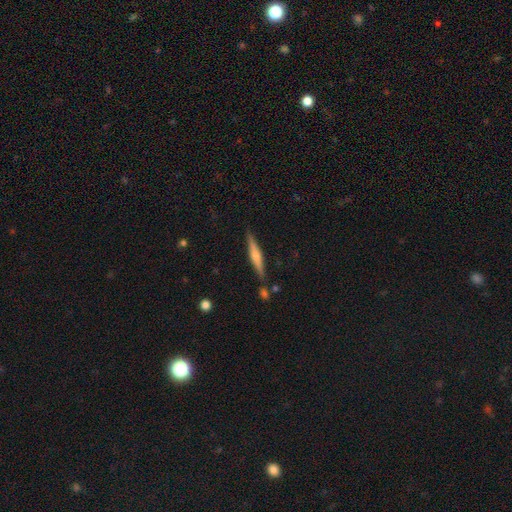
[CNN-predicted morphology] Q: Smooth or featured?
A: featured or disk (55%); runner-up: smooth (39%)
Q: Edge-on disk?
A: yes (97%); runner-up: no (3%)
Q: Edge-on bulge?
A: rounded (69%); runner-up: none (16%)
Q: Merging?
A: none (85%); runner-up: minor disturbance (10%)